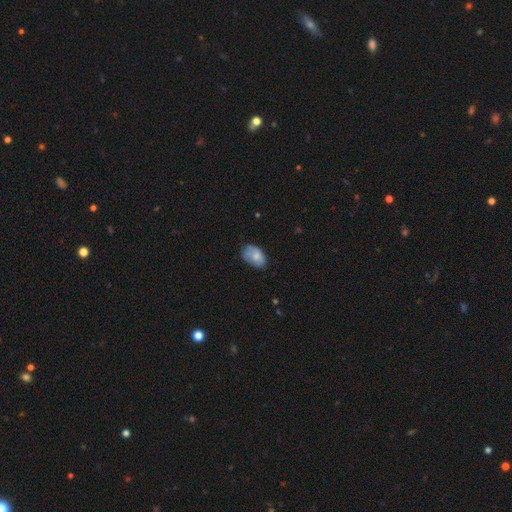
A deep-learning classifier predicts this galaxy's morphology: A smooth galaxy with no disk features (75%) that is in between round and cigar-shaped (88%).

Vote fractions:
- Smooth or featured? smooth: 75% / featured or disk: 18% / star or artifact: 8%
- How rounded? in between: 88% / round: 10% / cigar-shaped: 1%
- Merging? none: 59% / minor disturbance: 30% / major disturbance: 8% / merger: 2%